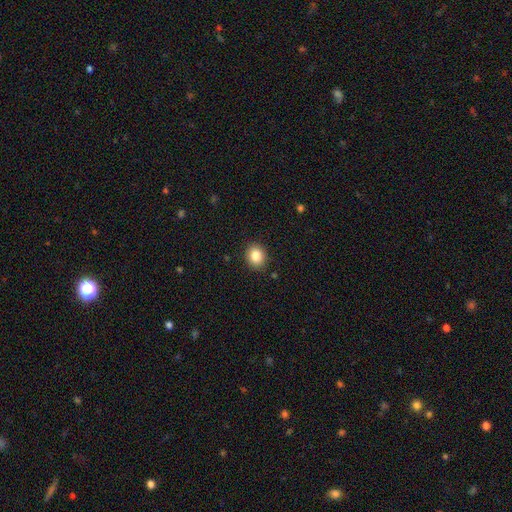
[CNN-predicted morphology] This is clearly a smooth galaxy (84%). How rounded: likely round (72%). Merging: clearly none (89%).